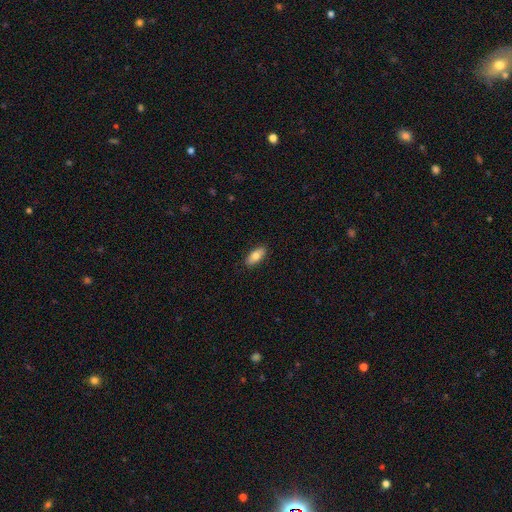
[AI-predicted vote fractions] Morphology: type=smooth (77%); roundness=in between (84%); merging=none (88%).